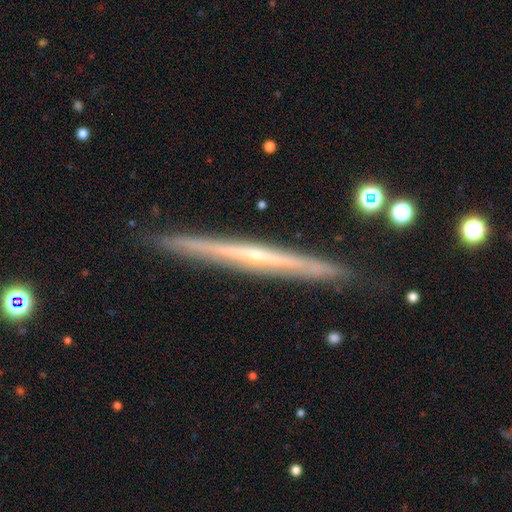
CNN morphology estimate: Overall: featured or disk (78%). Edge-on disk: yes (97%). Edge-on bulge: none (60%; rounded 36%). Merging: none (90%).